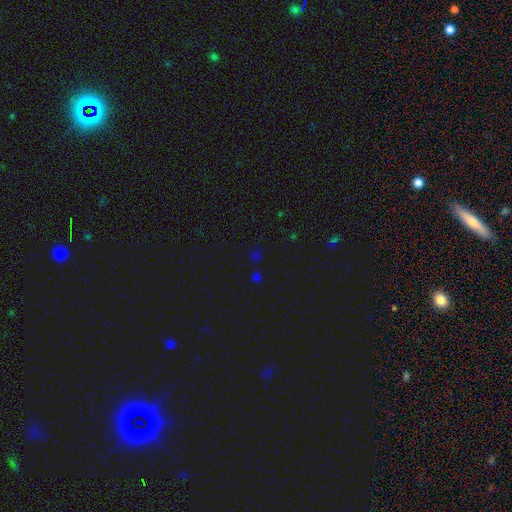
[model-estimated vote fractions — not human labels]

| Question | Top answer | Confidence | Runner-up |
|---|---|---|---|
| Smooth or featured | star or artifact | 55% | smooth (38%) |